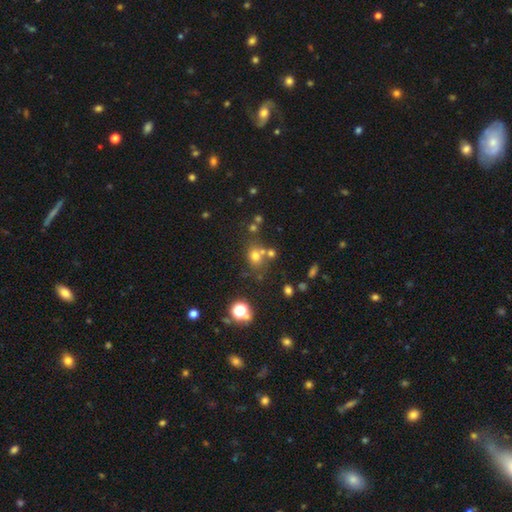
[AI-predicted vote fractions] Q: Smooth or featured?
A: smooth (64%); runner-up: star or artifact (24%)
Q: How rounded?
A: round (71%); runner-up: in between (28%)
Q: Merging?
A: none (59%); runner-up: merger (23%)